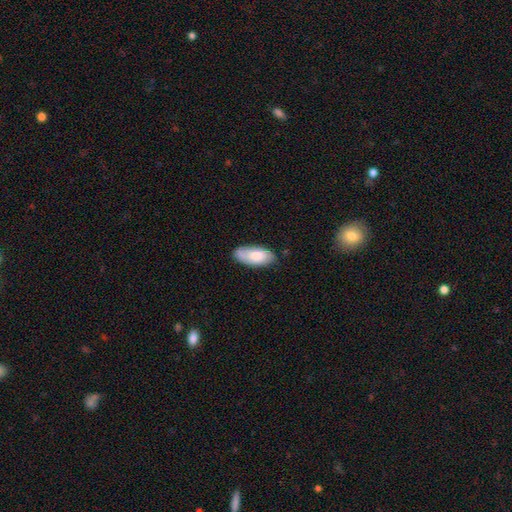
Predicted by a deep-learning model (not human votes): Morphology: type=smooth (76%); roundness=in between (90%); merging=none (70%).